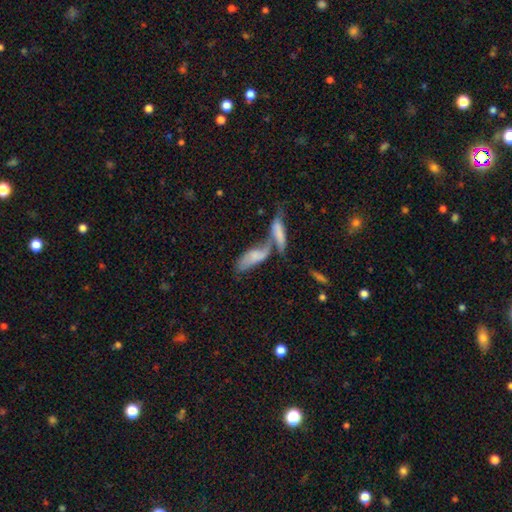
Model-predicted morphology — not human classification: smooth_or_featured: smooth (p=0.52) [alt: featured or disk p=0.37]
how_rounded: in between (p=0.58) [alt: cigar-shaped p=0.39]
merging: merger (p=0.54) [alt: none p=0.29]